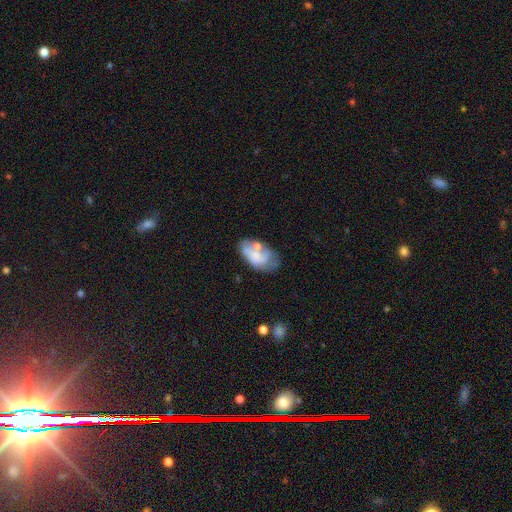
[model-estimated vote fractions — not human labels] A smooth galaxy with no disk features (51%) that is in between round and cigar-shaped (92%).

Vote fractions:
- Smooth or featured? smooth: 51% / featured or disk: 41% / star or artifact: 8%
- How rounded? in between: 92% / round: 6% / cigar-shaped: 2%
- Merging? none: 40% / minor disturbance: 27% / merger: 17% / major disturbance: 16%